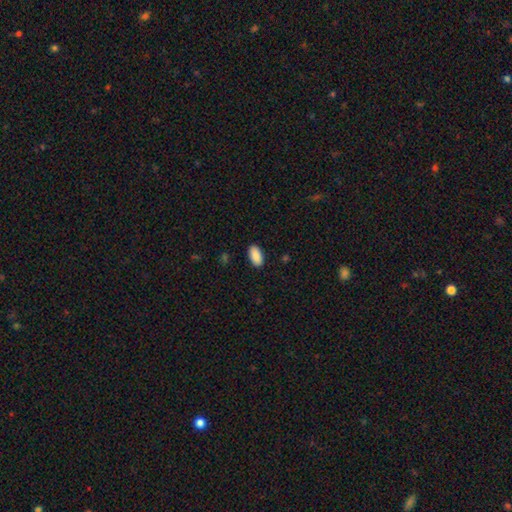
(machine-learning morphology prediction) Smooth or featured? smooth (90%)
How rounded? in between (95%)
Merging? none (89%)